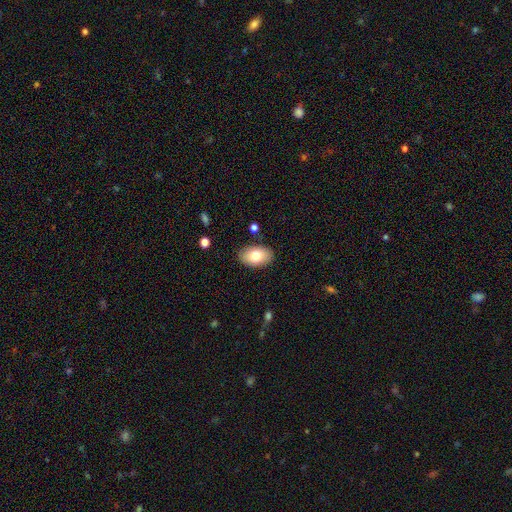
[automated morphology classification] smooth_or_featured: smooth (p=0.77) [alt: featured or disk p=0.16]
how_rounded: in between (p=0.92) [alt: round p=0.07]
merging: none (p=0.87) [alt: minor disturbance p=0.09]